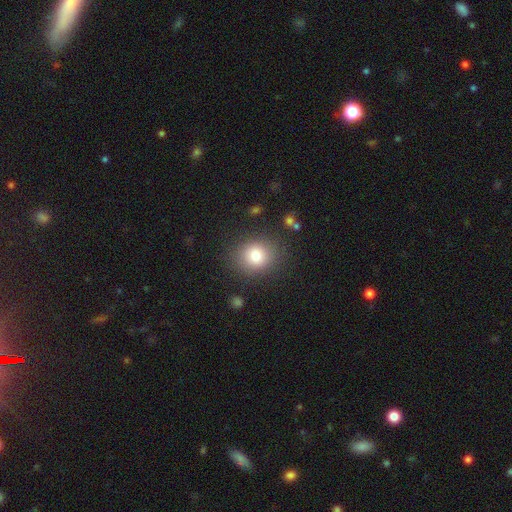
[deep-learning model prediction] A smooth galaxy with no disk features (79%) that is round (77%).

Vote fractions:
- Smooth or featured? smooth: 79% / star or artifact: 11% / featured or disk: 10%
- How rounded? round: 77% / in between: 22% / cigar-shaped: 1%
- Merging? none: 84% / minor disturbance: 10% / major disturbance: 4% / merger: 2%